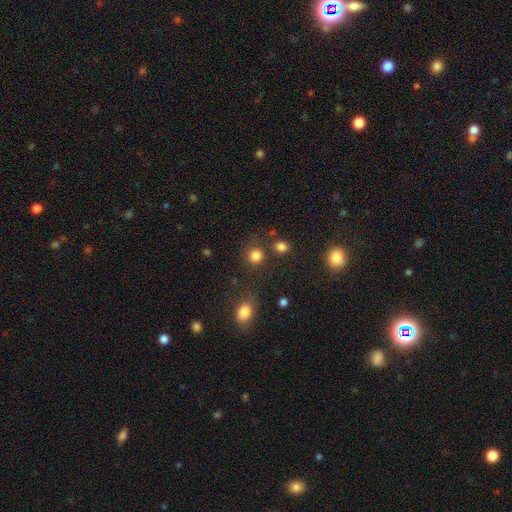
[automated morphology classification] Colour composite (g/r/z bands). It shows a smooth galaxy with no disk features (83%) that is round (88%). Merging: none (77%).